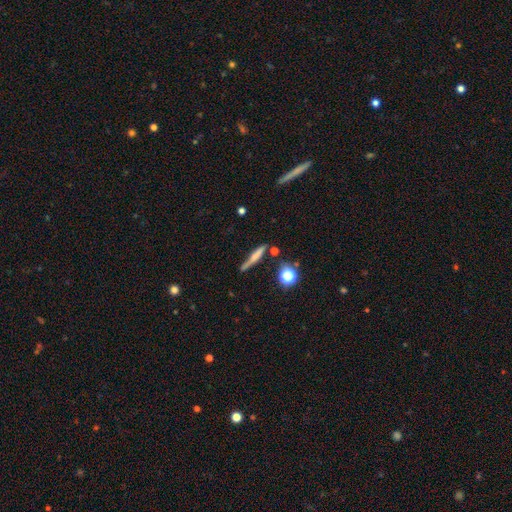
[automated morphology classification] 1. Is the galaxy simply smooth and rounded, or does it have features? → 49% smooth, 40% featured or disk, 11% star or artifact.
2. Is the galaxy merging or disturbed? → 72% none, 17% minor disturbance, 6% merger, 5% major disturbance.